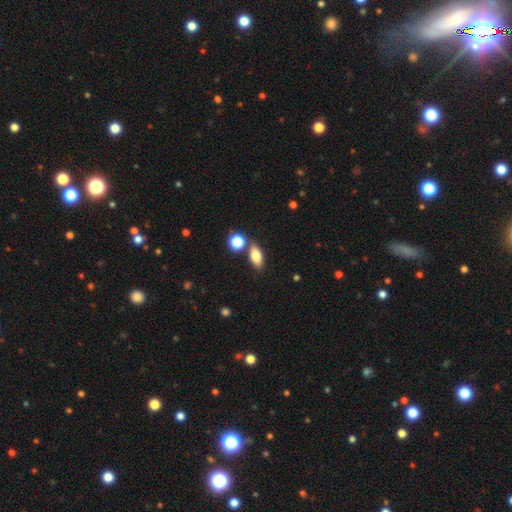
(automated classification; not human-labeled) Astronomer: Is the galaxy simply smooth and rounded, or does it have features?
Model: smooth — 75%.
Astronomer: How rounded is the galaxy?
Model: in between — 78%.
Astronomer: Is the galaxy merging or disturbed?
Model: none — 73%.